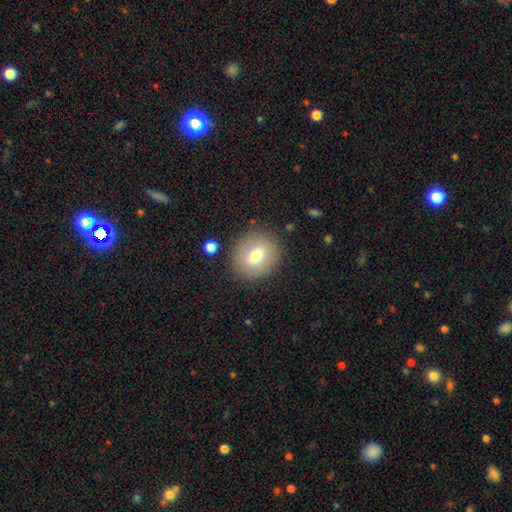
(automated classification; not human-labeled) Smooth or featured? smooth (65%)
How rounded? round (69%)
Merging? none (85%)